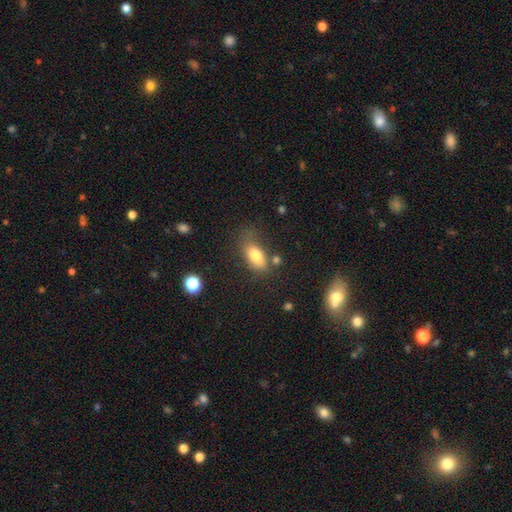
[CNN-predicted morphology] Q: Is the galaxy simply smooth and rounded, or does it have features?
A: smooth — 78%.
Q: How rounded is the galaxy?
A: in between — 87%.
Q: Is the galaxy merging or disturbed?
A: none — 50%.